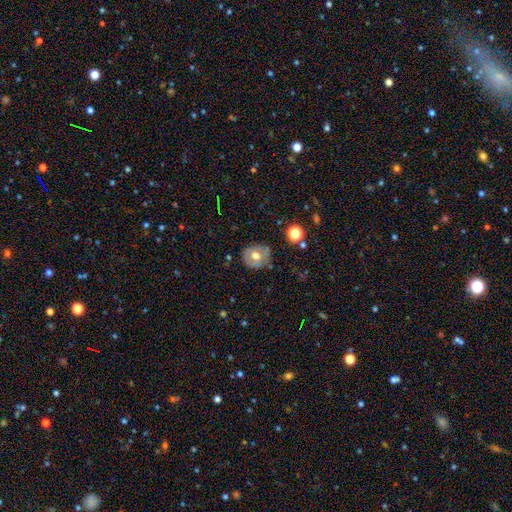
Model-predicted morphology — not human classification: Smooth or featured?
  - smooth: 56% *
  - featured or disk: 36%
  - star or artifact: 9%
How rounded?
  - round: 76% *
  - in between: 23%
  - cigar-shaped: 1%
Merging?
  - none: 76% *
  - minor disturbance: 17%
  - major disturbance: 4%
  - merger: 3%